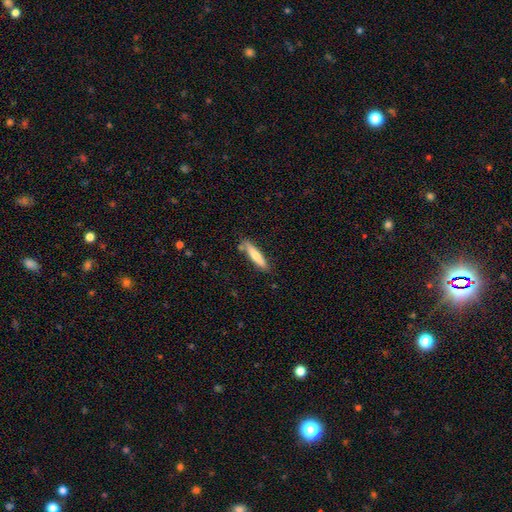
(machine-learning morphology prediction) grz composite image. It shows a smooth galaxy with no disk features (66%) that is cigar-shaped (84%). Merging: none (77%).